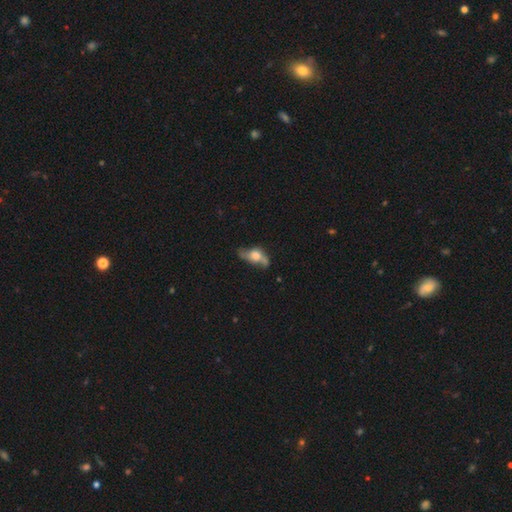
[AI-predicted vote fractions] smooth-or-featured: featured or disk: 54% | smooth: 37% | star or artifact: 9%
  disk-edge-on: no: 67% | yes: 33%
  merging: none: 50% | minor disturbance: 25% | major disturbance: 16% | merger: 8%